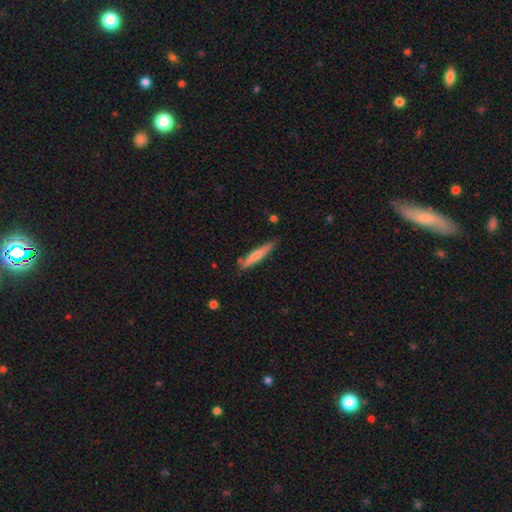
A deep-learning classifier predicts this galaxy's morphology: Overall: smooth (65%; featured or disk 30%). How rounded: cigar-shaped (92%). Merging: none (82%).